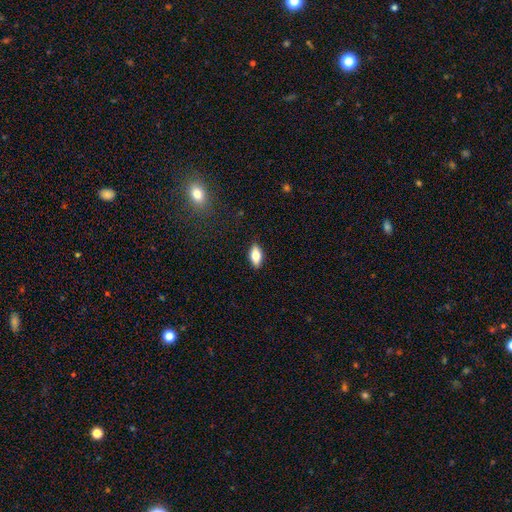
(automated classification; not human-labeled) This is likely a smooth galaxy (72%). How rounded: clearly in between (86%). Merging: clearly none (88%).